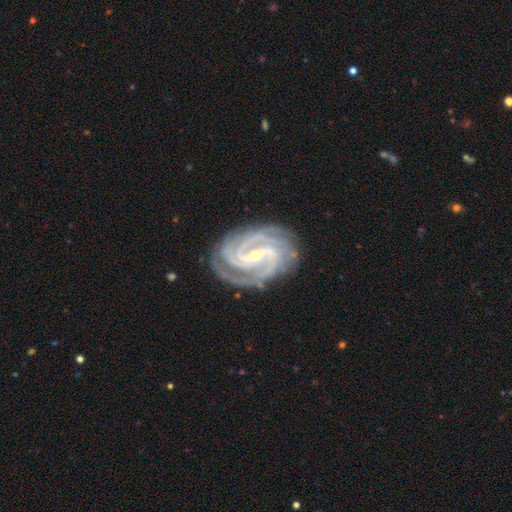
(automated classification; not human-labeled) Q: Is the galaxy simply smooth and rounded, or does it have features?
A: featured or disk — 93%.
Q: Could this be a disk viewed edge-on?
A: no — 97%.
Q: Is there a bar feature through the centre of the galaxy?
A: strong — 45%.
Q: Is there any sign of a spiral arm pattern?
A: yes — 99%.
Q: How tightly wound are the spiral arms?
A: tight — 65%.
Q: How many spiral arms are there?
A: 3 — 32%.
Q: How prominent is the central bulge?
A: small — 74%.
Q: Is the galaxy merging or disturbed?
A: none — 81%.